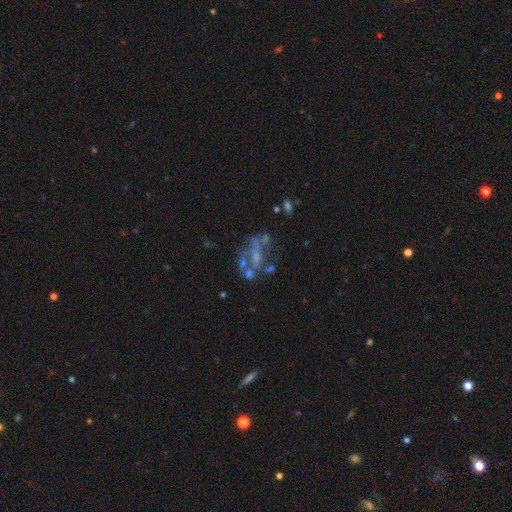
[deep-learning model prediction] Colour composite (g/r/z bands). It shows a featured or disk galaxy (61%) with no bar (70%), no spiral arms (82%) and no central bulge (49%). Merging: none (40%).